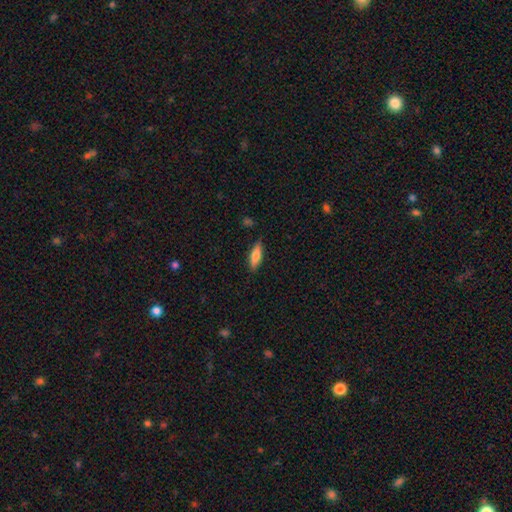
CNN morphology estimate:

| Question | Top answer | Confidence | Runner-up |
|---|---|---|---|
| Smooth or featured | smooth | 73% | featured or disk (20%) |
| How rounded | in between | 55% | cigar-shaped (43%) |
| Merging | none | 85% | minor disturbance (11%) |